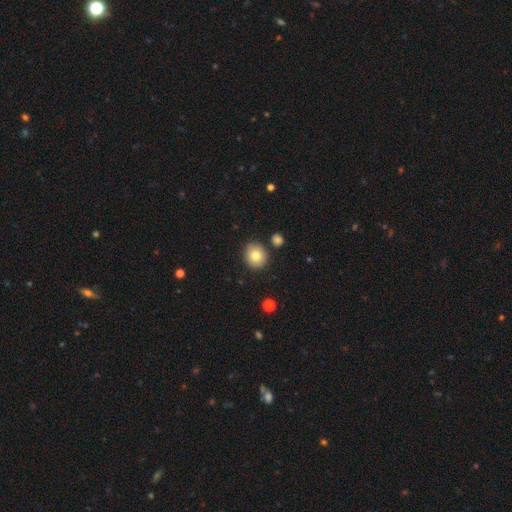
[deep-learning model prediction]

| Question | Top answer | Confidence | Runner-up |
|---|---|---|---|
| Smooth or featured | smooth | 80% | featured or disk (10%) |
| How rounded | round | 81% | in between (18%) |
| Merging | none | 85% | minor disturbance (8%) |